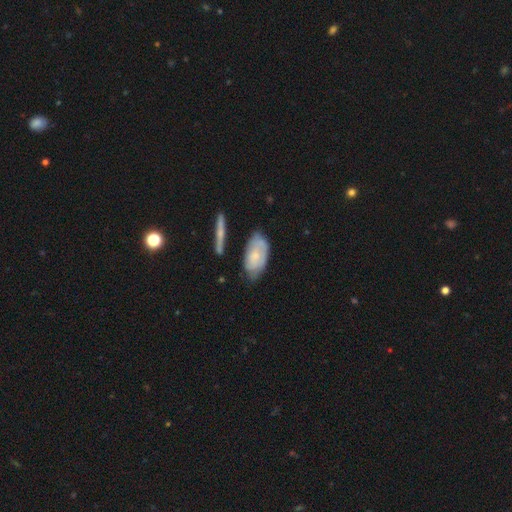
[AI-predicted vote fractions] Q: Smooth or featured?
A: smooth (52%); runner-up: featured or disk (41%)
Q: How rounded?
A: in between (91%); runner-up: cigar-shaped (5%)
Q: Merging?
A: none (53%); runner-up: minor disturbance (32%)